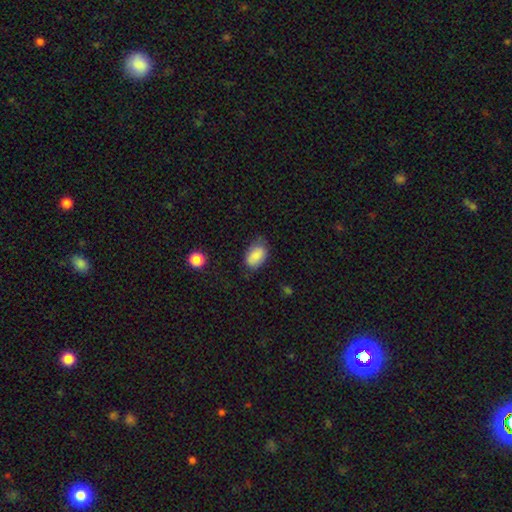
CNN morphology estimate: A smooth galaxy with no disk features (86%) that is in between round and cigar-shaped (88%). Merging: none (67%).